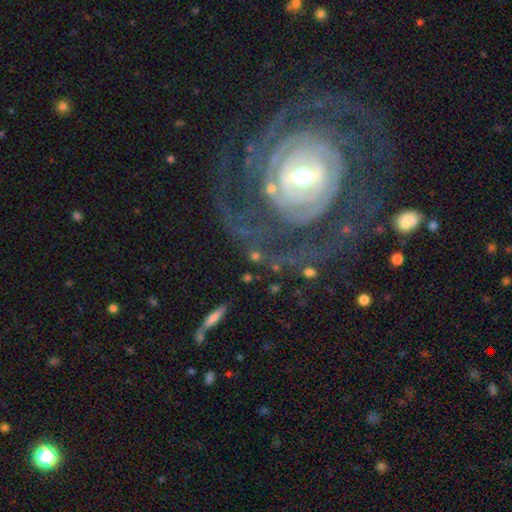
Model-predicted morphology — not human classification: Smooth or featured: featured or disk — 64% (smooth — 22%)
Edge-on disk: no — 87% (yes — 13%)
Bar: no — 53% (weak — 29%)
Spiral arms: yes — 75% (no — 25%)
Bulge size: moderate — 54% (small — 28%)
Merging: none — 63% (major disturbance — 16%)